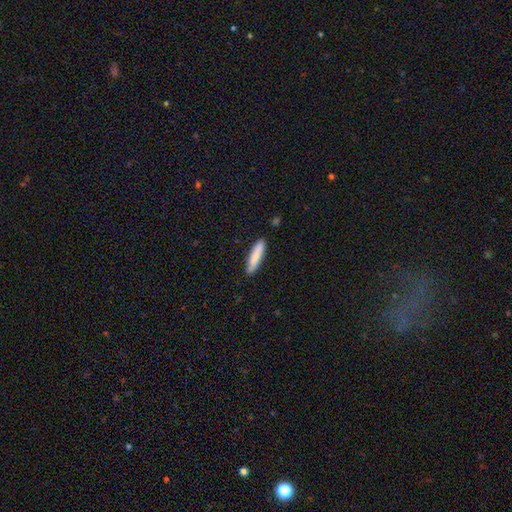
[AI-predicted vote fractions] A smooth galaxy with no disk features (84%) that is cigar-shaped (81%). Merging: none (90%).